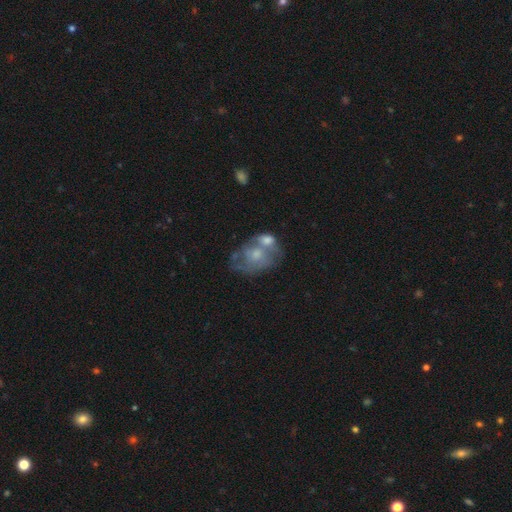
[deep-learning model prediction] Smooth or featured: featured or disk — 48% (smooth — 45%)
Merging: merger — 50% (none — 22%)